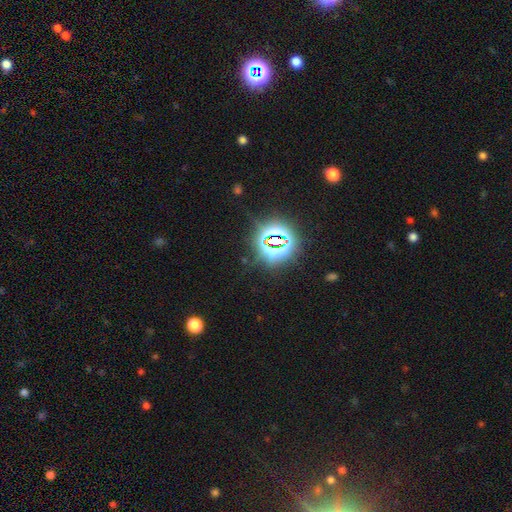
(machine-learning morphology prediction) Smooth or featured?
  - star or artifact: 84% *
  - smooth: 10%
  - featured or disk: 6%